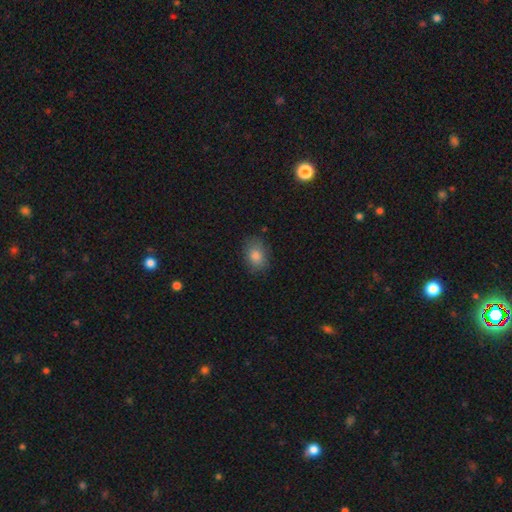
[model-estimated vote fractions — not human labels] smooth_or_featured: smooth (p=0.83) [alt: star or artifact p=0.09]
how_rounded: in between (p=0.73) [alt: round p=0.26]
merging: none (p=0.80) [alt: minor disturbance p=0.15]